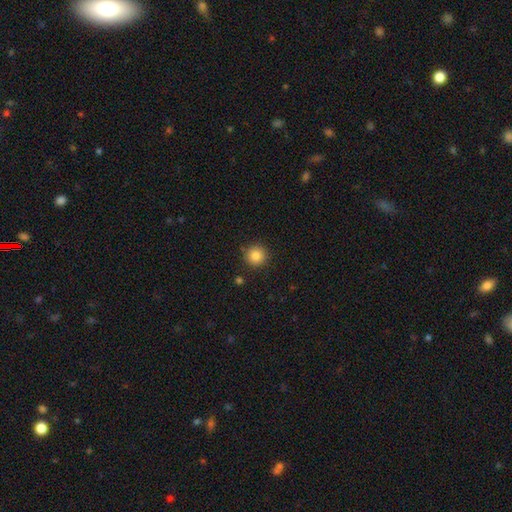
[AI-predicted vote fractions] Smooth or featured?
  - smooth: 84% *
  - star or artifact: 11%
  - featured or disk: 5%
How rounded?
  - round: 95% *
  - in between: 4%
  - cigar-shaped: 1%
Merging?
  - none: 89% *
  - minor disturbance: 7%
  - major disturbance: 2%
  - merger: 2%